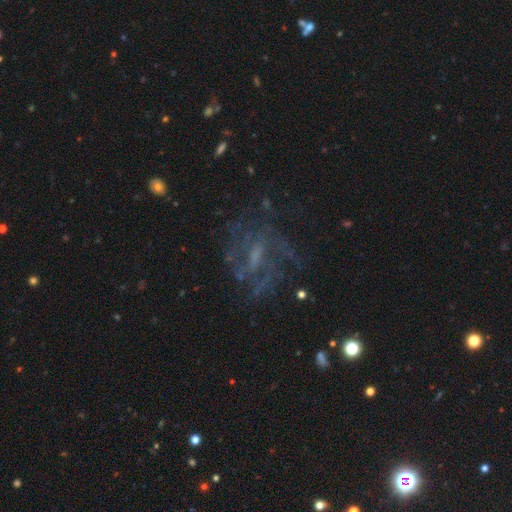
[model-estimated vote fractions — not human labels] Smooth or featured? featured or disk (70%)
Edge-on disk? no (95%)
Bar? weak (48%)
Spiral arms? yes (73%)
Bulge size? small (38%)
Merging? none (58%)